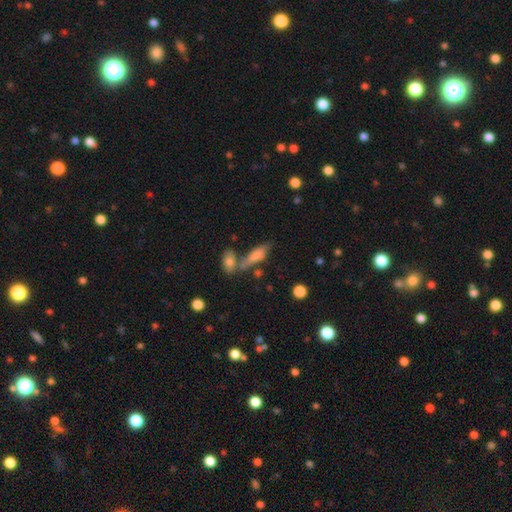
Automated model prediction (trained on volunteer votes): Overall: smooth (66%). How rounded: in between (52%; cigar-shaped 44%). Merging: none (50%; merger 31%).